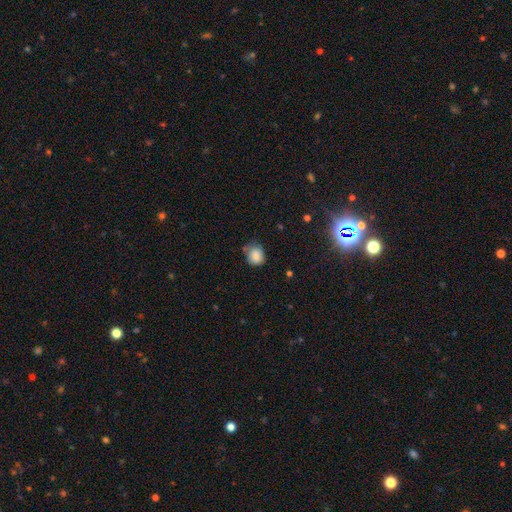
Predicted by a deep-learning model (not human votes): The model was most divided on "merging": none: 58%, minor disturbance: 30%, major disturbance: 7%, merger: 5%. More confident: smooth or featured — smooth (83%); how rounded — round (67%).